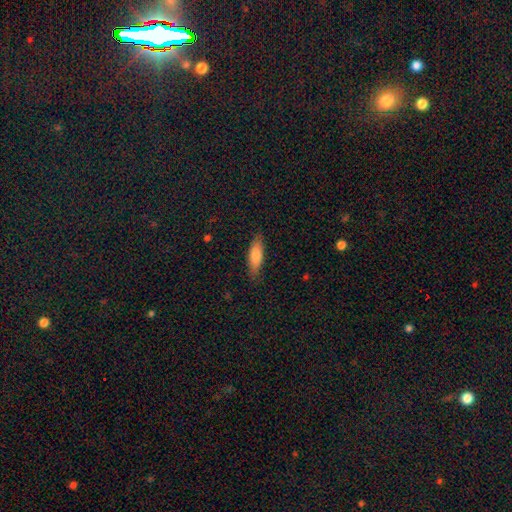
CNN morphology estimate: This is likely a smooth galaxy (77%). How rounded: possibly in between (54%). Merging: clearly none (85%).